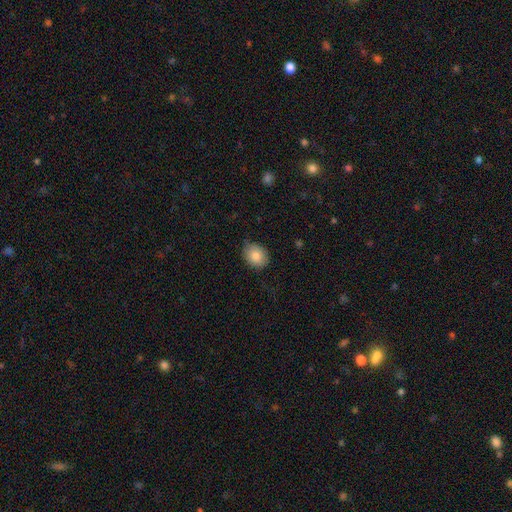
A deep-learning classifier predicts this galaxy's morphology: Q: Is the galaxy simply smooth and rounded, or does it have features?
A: smooth — 85%.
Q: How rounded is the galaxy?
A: round — 50%.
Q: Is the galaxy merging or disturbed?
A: none — 74%.